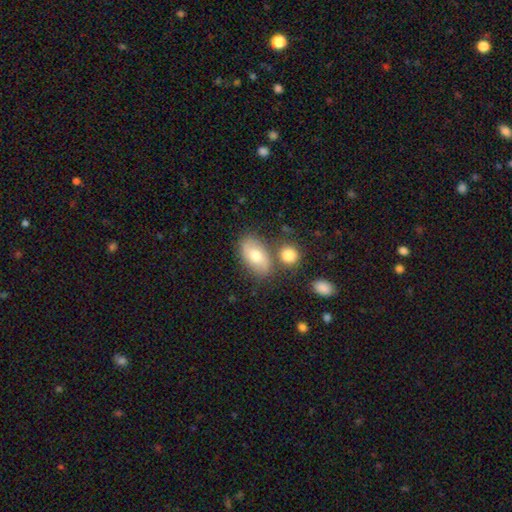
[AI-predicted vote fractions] This is likely a smooth galaxy (62%). How rounded: clearly in between (89%). Merging: likely none (69%).